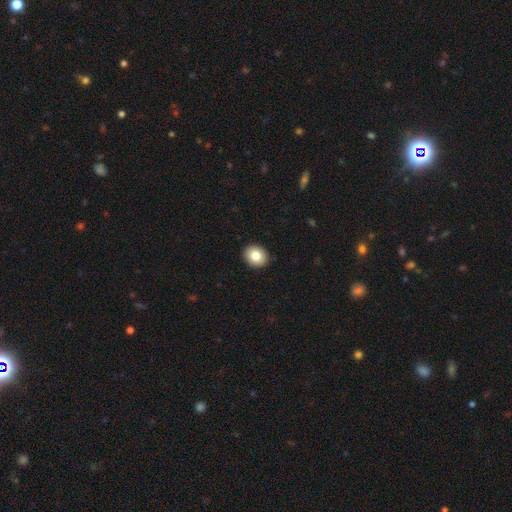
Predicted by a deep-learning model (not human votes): smooth 81%, featured or disk 10%, star or artifact 9%. Down the decision tree: how rounded — round (72%); merging — none (92%).